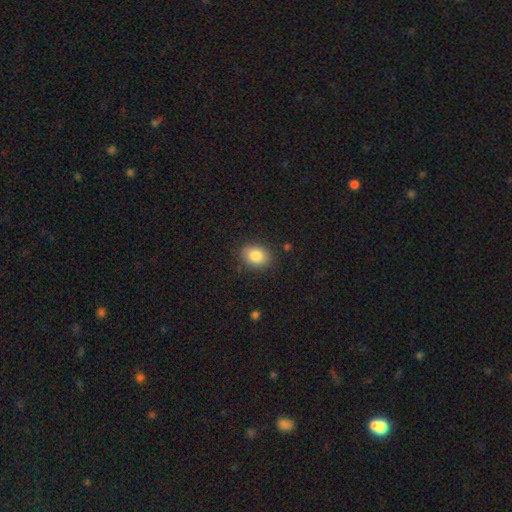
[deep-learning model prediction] Overall: smooth (84%). How rounded: in between (56%; round 43%). Merging: none (86%).